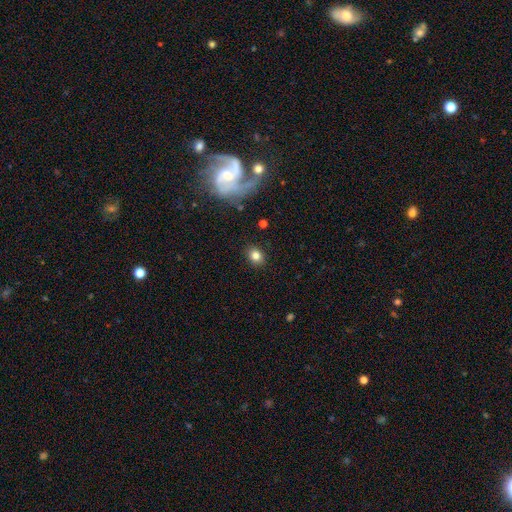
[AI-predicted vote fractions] A smooth galaxy with no disk features (81%) that is round (54%).

Vote fractions:
- Smooth or featured? smooth: 81% / star or artifact: 11% / featured or disk: 8%
- How rounded? round: 54% / in between: 45% / cigar-shaped: 1%
- Merging? none: 87% / minor disturbance: 9% / major disturbance: 2% / merger: 1%